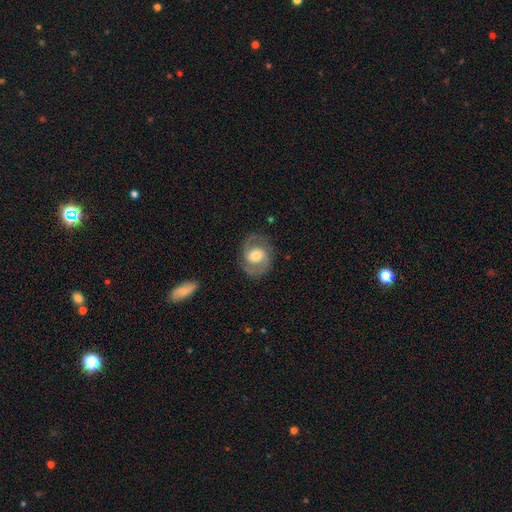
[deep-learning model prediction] Morphology: type=featured or disk (79%); edge-on=no (97%); bar=no (49%); spiral arms=yes (92%); winding=medium (54%); arm count=2 (91%); bulge=moderate (64%); merging=none (82%).